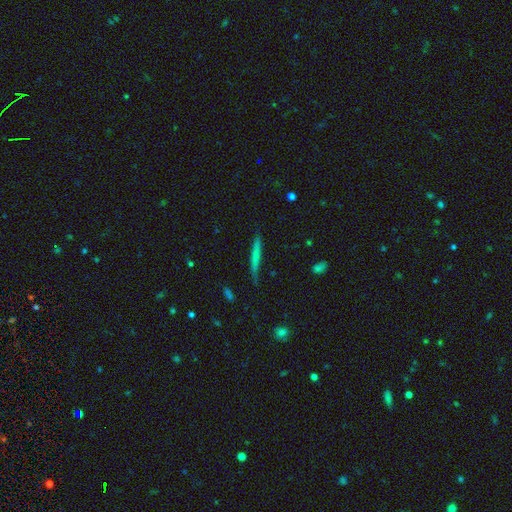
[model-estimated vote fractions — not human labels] Smooth or featured?
  - smooth: 58% *
  - featured or disk: 35%
  - star or artifact: 7%
How rounded?
  - cigar-shaped: 95% *
  - in between: 3%
  - round: 2%
Merging?
  - none: 82% *
  - minor disturbance: 14%
  - major disturbance: 3%
  - merger: 2%